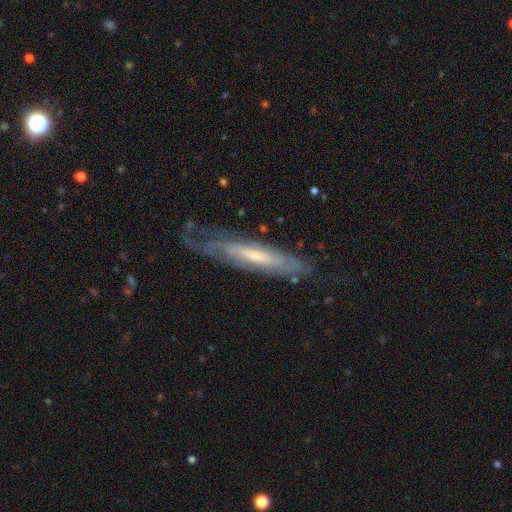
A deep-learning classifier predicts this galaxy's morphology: smooth-or-featured: featured or disk: 72% | smooth: 22% | star or artifact: 6%
  disk-edge-on: yes: 51% | no: 49%
  merging: none: 63% | minor disturbance: 23% | major disturbance: 13% | merger: 2%